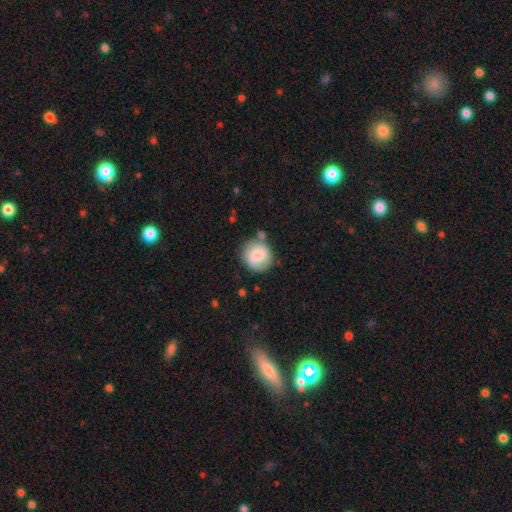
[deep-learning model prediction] Smooth or featured? Predicted: smooth (p=0.76). How rounded? Predicted: round (p=0.90). Merging? Predicted: none (p=0.71).